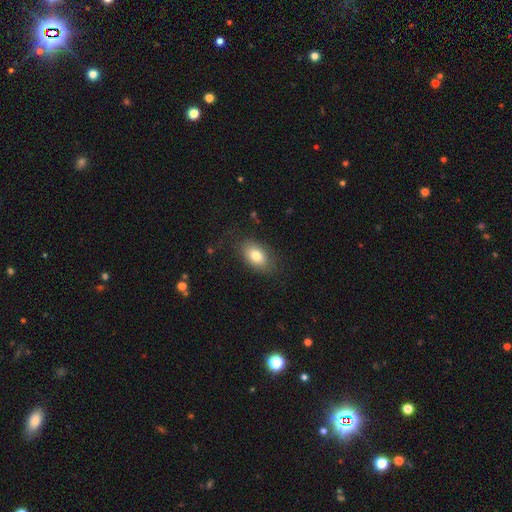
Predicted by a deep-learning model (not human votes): Q: Smooth or featured?
A: smooth (79%); runner-up: featured or disk (13%)
Q: How rounded?
A: in between (89%); runner-up: round (10%)
Q: Merging?
A: none (81%); runner-up: minor disturbance (13%)